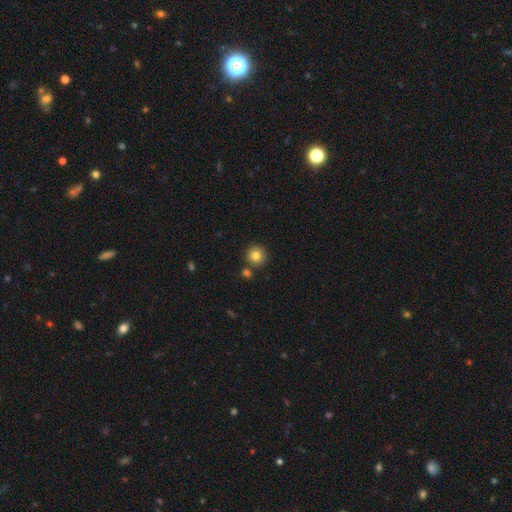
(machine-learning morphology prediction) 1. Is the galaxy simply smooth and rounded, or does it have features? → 82% smooth, 10% star or artifact, 8% featured or disk.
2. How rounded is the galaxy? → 94% round, 5% in between, 1% cigar-shaped.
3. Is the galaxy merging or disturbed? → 81% none, 10% merger, 7% minor disturbance, 2% major disturbance.